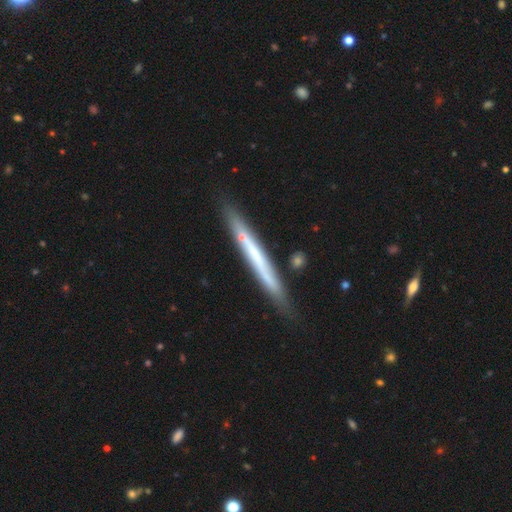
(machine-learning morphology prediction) A featured or disk galaxy (51%) viewed edge-on (92%). Merging: none (82%).